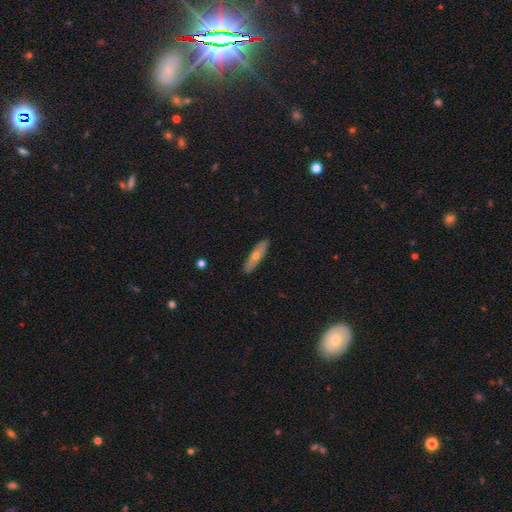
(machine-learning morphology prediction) A smooth galaxy with no disk features (51%) that is cigar-shaped (71%). Merging: none (90%).